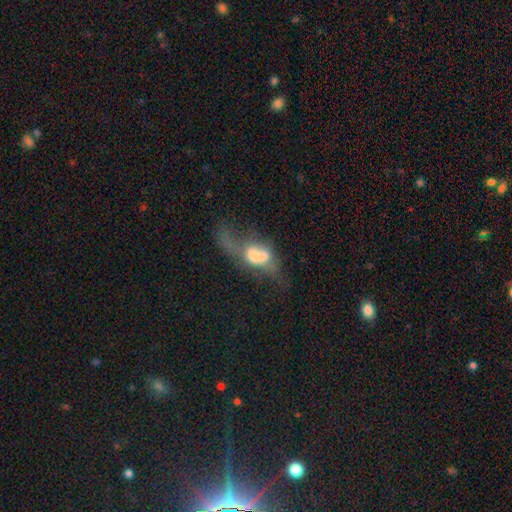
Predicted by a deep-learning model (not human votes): A featured or disk galaxy (47%). Merging: major disturbance (40%).